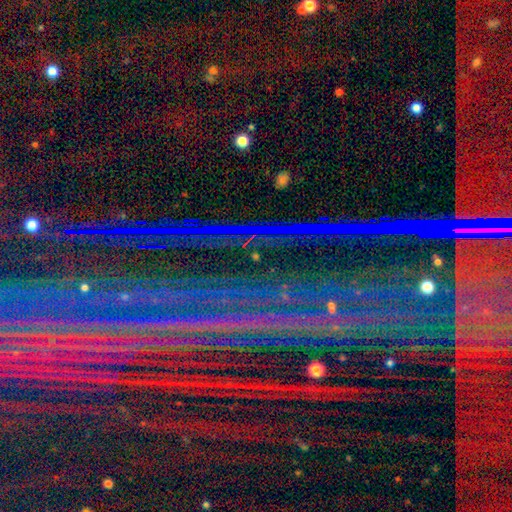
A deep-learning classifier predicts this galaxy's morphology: smooth-or-featured: star or artifact: 85% | featured or disk: 9% | smooth: 6%